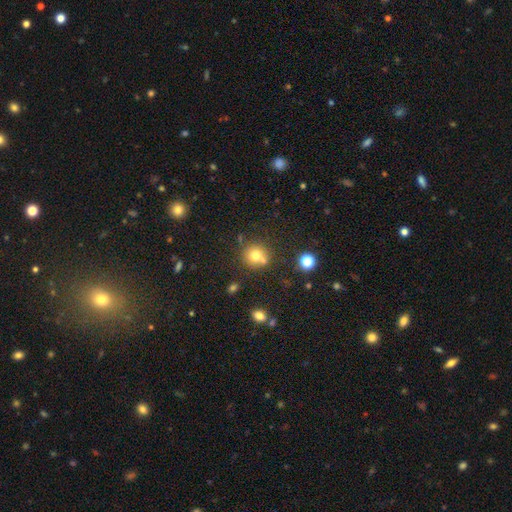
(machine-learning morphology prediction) The model was most divided on "merging": none: 65%, merger: 21%, minor disturbance: 11%, major disturbance: 4%. More confident: how rounded — round (89%); smooth or featured — smooth (73%).